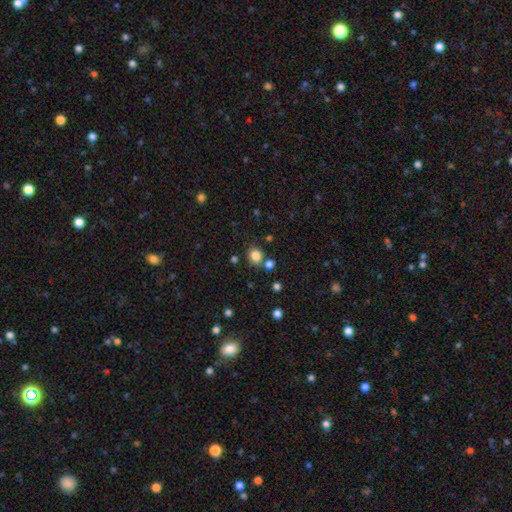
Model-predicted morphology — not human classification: Smooth or featured? smooth (82%)
How rounded? round (71%)
Merging? none (75%)